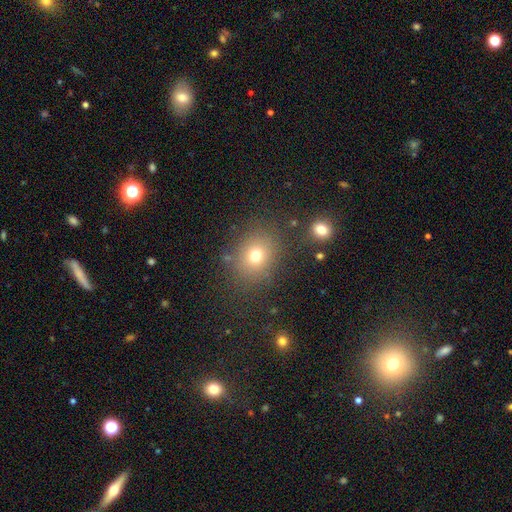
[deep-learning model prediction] A smooth galaxy with no disk features (72%) that is round (63%). Merging: none (80%).